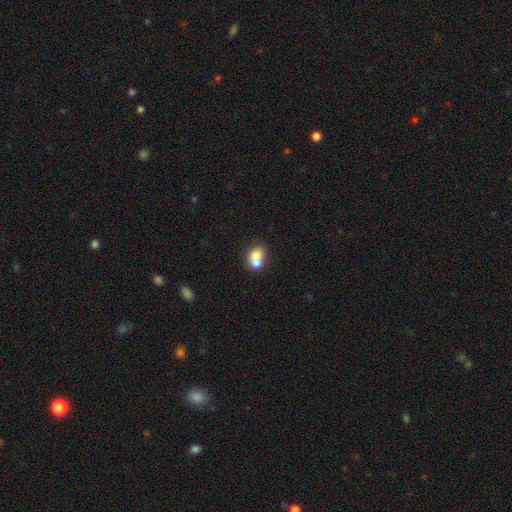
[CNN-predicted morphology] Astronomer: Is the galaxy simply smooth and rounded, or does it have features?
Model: smooth — 70%.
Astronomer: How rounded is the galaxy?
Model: in between — 52% (runner-up: round, 46%).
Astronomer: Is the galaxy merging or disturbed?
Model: merger — 63%.